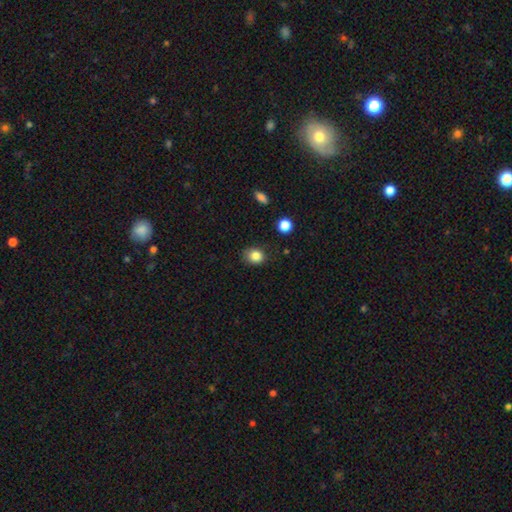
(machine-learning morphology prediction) smooth 84%, star or artifact 11%, featured or disk 5%. Down the decision tree: how rounded — round (63%); merging — none (78%).